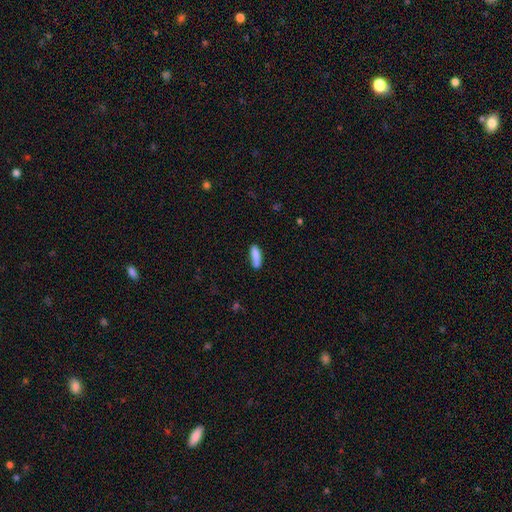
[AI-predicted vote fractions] Smooth or featured?
  - smooth: 87% *
  - star or artifact: 7%
  - featured or disk: 7%
How rounded?
  - cigar-shaped: 53% *
  - in between: 45%
  - round: 2%
Merging?
  - none: 74% *
  - minor disturbance: 19%
  - major disturbance: 4%
  - merger: 3%